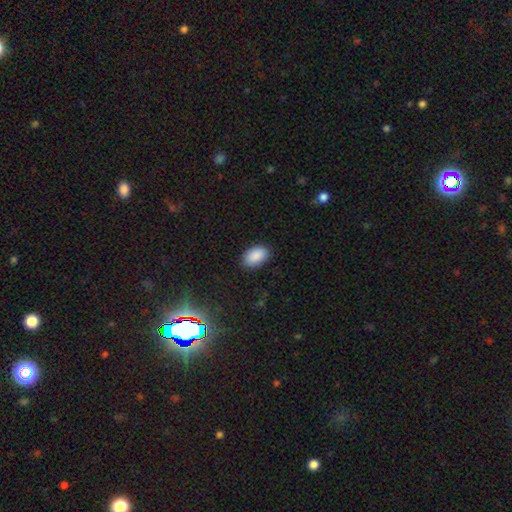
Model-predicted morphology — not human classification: Smooth or featured?
  - smooth: 89% *
  - star or artifact: 7%
  - featured or disk: 3%
How rounded?
  - in between: 92% *
  - round: 7%
  - cigar-shaped: 1%
Merging?
  - none: 87% *
  - minor disturbance: 10%
  - major disturbance: 2%
  - merger: 1%